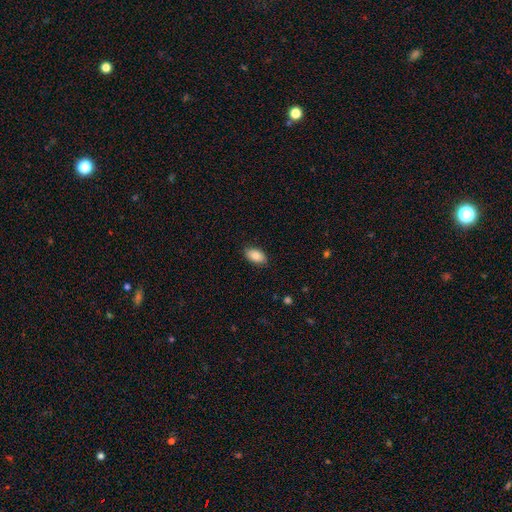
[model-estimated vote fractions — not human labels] Smooth or featured?
  - smooth: 85% *
  - featured or disk: 8%
  - star or artifact: 7%
How rounded?
  - in between: 92% *
  - round: 6%
  - cigar-shaped: 2%
Merging?
  - none: 87% *
  - minor disturbance: 10%
  - major disturbance: 2%
  - merger: 1%